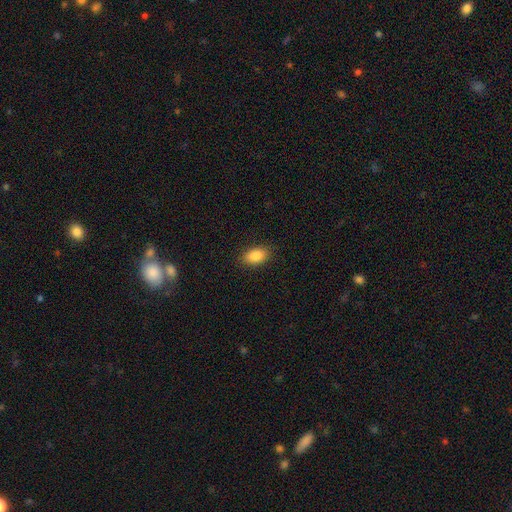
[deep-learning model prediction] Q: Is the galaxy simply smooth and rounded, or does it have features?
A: smooth — 86%.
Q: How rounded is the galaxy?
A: in between — 89%.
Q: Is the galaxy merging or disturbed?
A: none — 88%.